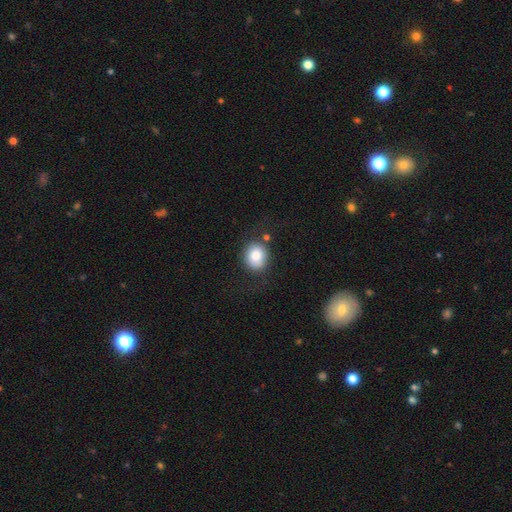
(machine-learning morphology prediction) Smooth or featured? Predicted: smooth (p=0.83). How rounded? Predicted: round (p=0.69). Merging? Predicted: none (p=0.71).